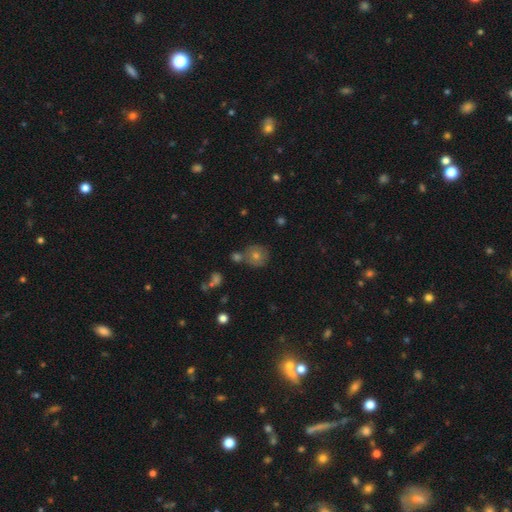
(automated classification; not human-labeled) Smooth or featured?
  - smooth: 60% *
  - star or artifact: 20%
  - featured or disk: 20%
How rounded?
  - round: 89% *
  - in between: 10%
  - cigar-shaped: 1%
Merging?
  - none: 71% *
  - merger: 14%
  - minor disturbance: 11%
  - major disturbance: 4%